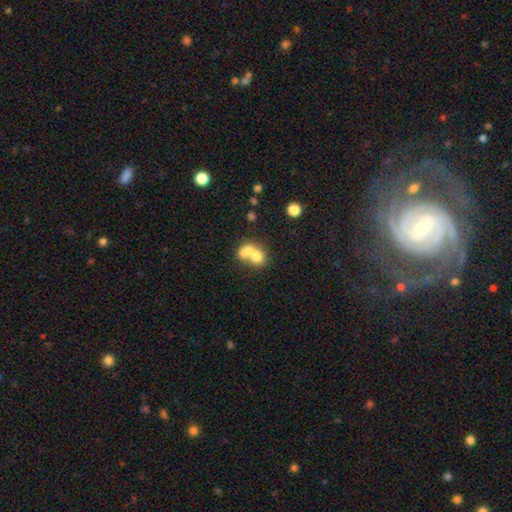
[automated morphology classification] Smooth or featured?
  - smooth: 70% *
  - featured or disk: 20%
  - star or artifact: 11%
How rounded?
  - round: 57% *
  - in between: 41%
  - cigar-shaped: 1%
Merging?
  - merger: 67% *
  - none: 23%
  - minor disturbance: 6%
  - major disturbance: 5%